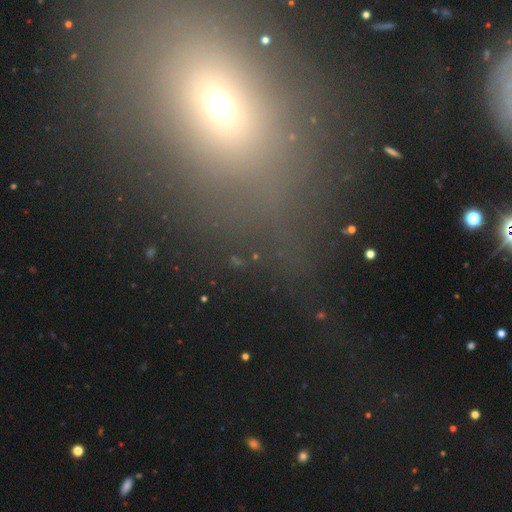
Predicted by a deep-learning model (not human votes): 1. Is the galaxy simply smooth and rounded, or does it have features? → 49% star or artifact, 37% smooth, 14% featured or disk.